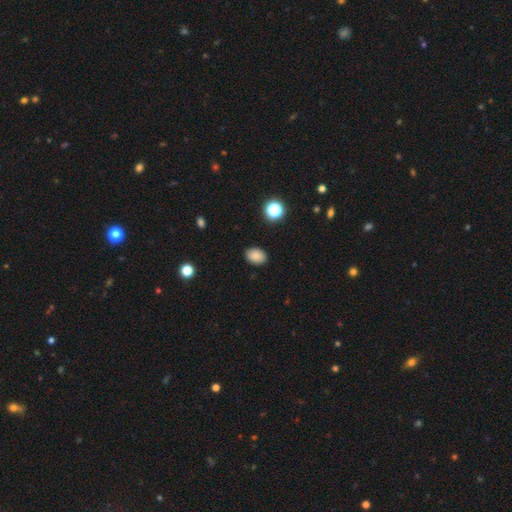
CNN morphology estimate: This appears to be a smooth galaxy with no disk features (86%) that is in between round and cigar-shaped (70%). Merging: none (88%).